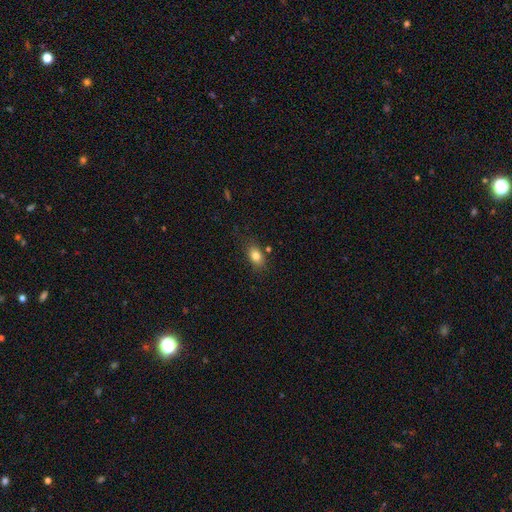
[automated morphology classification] This is clearly a smooth galaxy (81%). How rounded: clearly in between (81%). Merging: likely none (76%).